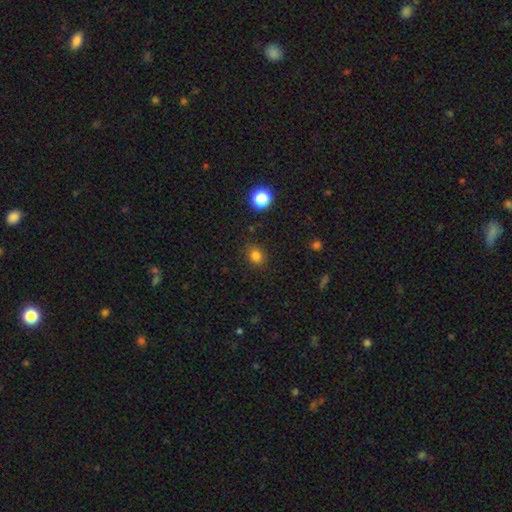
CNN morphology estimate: This is clearly a smooth galaxy (81%). How rounded: likely round (66%). Merging: clearly none (85%).